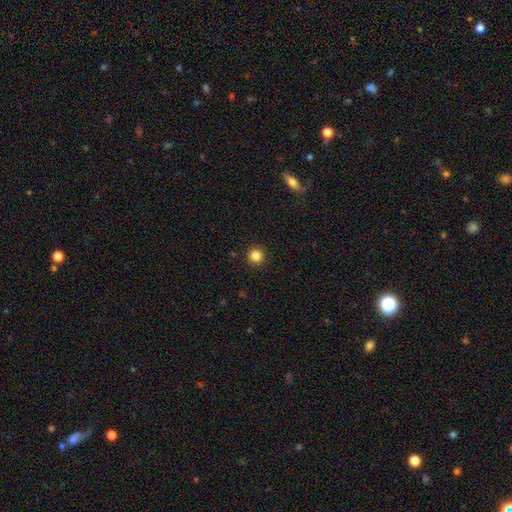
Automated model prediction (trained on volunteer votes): Smooth or featured: smooth — 85% (star or artifact — 11%)
How rounded: round — 96% (in between — 3%)
Merging: none — 93% (minor disturbance — 4%)